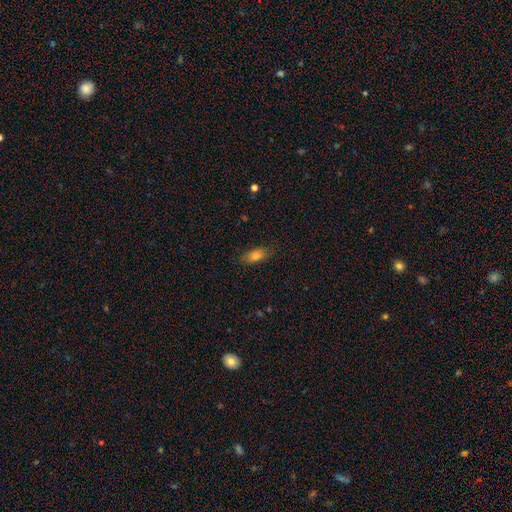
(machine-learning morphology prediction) This appears to be a smooth galaxy with no disk features (78%) that is in between round and cigar-shaped (83%). Merging: none (83%).